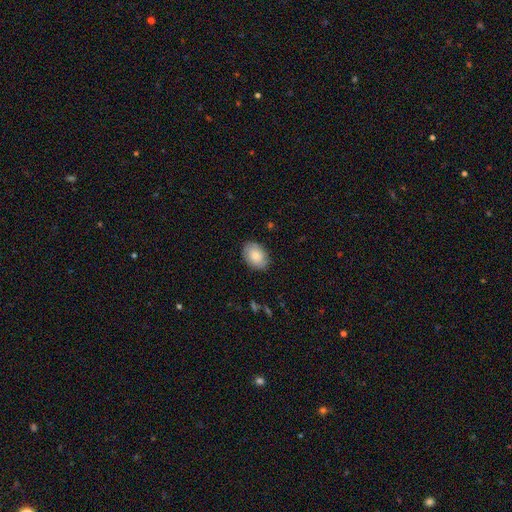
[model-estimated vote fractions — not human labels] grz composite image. It shows a smooth galaxy with no disk features (81%) that is in between round and cigar-shaped (78%). Merging: none (85%).